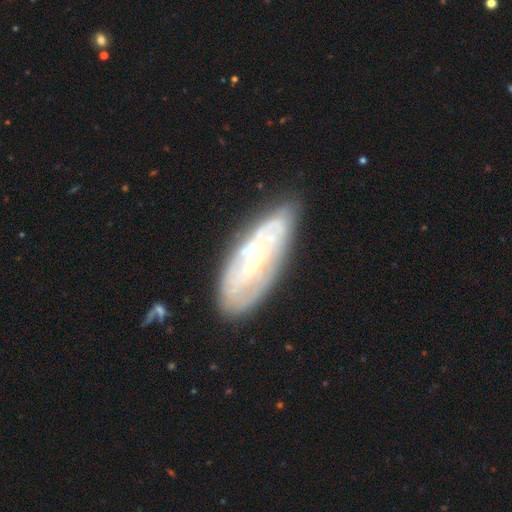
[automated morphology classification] Smooth or featured? featured or disk (65%)
Edge-on disk? no (82%)
Bar? no (61%)
Spiral arms? yes (73%)
Bulge size? small (71%)
Merging? none (77%)